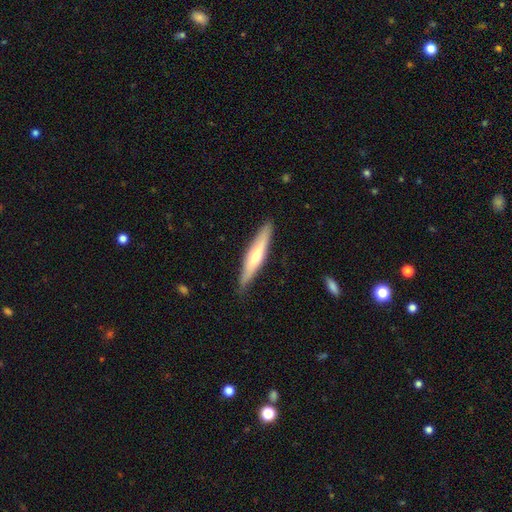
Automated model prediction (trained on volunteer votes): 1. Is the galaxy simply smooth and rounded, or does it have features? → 50% featured or disk, 44% smooth, 5% star or artifact.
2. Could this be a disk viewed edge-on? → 90% yes, 10% no.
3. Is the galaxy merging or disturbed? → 86% none, 11% minor disturbance, 2% major disturbance, 1% merger.